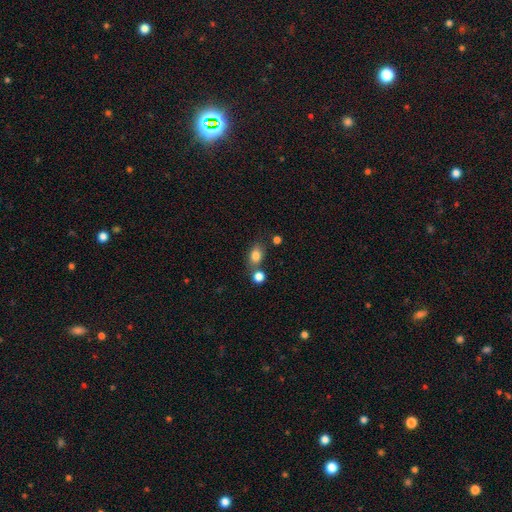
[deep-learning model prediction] Smooth or featured: smooth — 81% (star or artifact — 11%)
How rounded: in between — 67% (round — 31%)
Merging: none — 63% (merger — 20%)